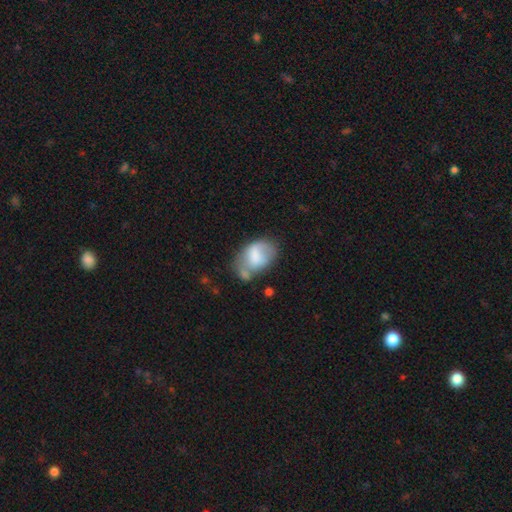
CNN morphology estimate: Overall: smooth (65%; featured or disk 28%). How rounded: in between (84%). Merging: none (34%; minor disturbance 30%).